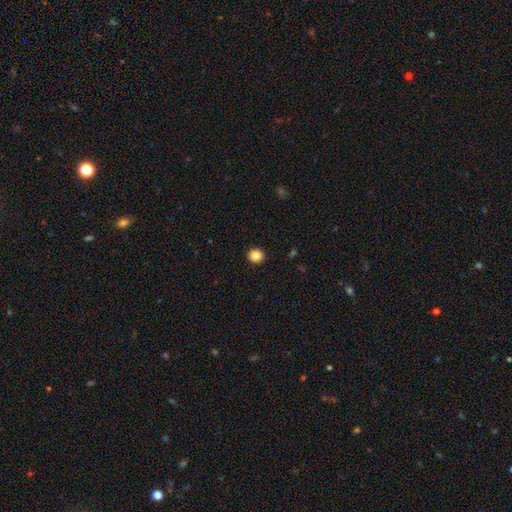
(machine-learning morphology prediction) The model was most divided on "smooth or featured": smooth: 85%, star or artifact: 10%, featured or disk: 5%. More confident: merging — none (93%); how rounded — round (90%).